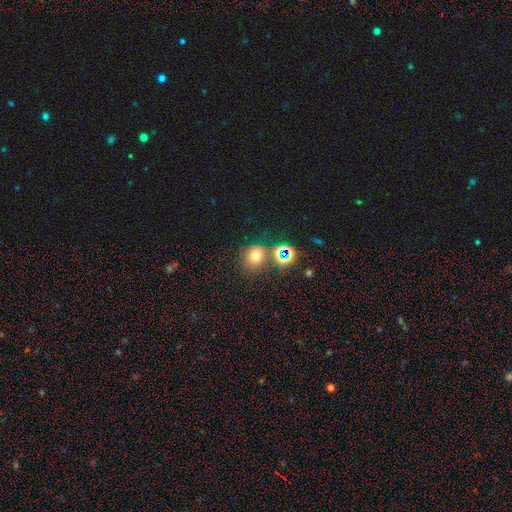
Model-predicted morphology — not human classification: Smooth or featured? smooth (64%)
How rounded? round (82%)
Merging? none (68%)